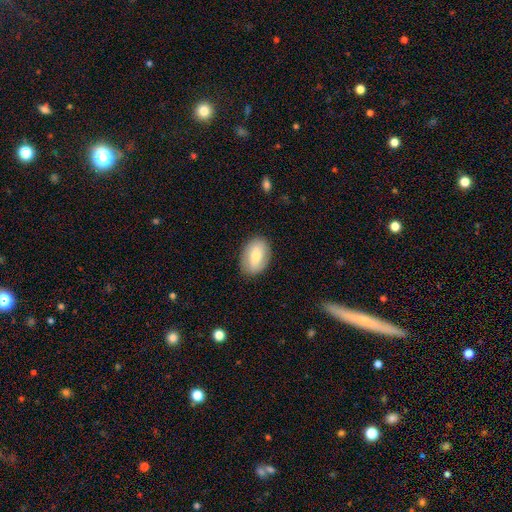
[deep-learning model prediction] smooth-or-featured: smooth: 70% | featured or disk: 23% | star or artifact: 7%
  how-rounded: in between: 84% | round: 15% | cigar-shaped: 1%
  merging: none: 84% | minor disturbance: 12% | major disturbance: 3% | merger: 1%